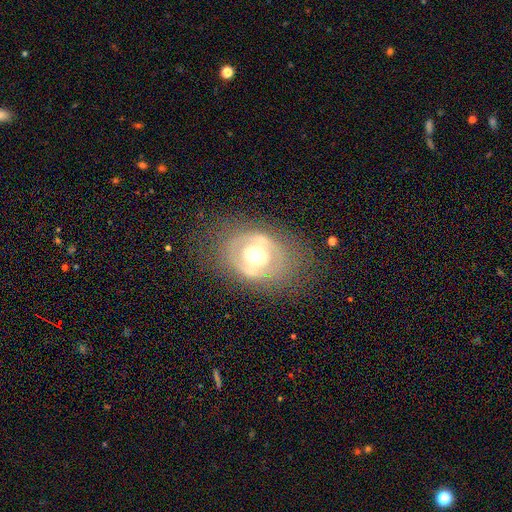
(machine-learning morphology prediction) A featured or disk galaxy (64%) with no bar (62%), no spiral arms (78%) and a moderate central bulge (45%).

Vote fractions:
- Smooth or featured? featured or disk: 64% / smooth: 28% / star or artifact: 8%
- Edge-on disk? no: 93% / yes: 7%
- Bar? no: 62% / weak: 22% / strong: 16%
- Spiral arms? no: 78% / yes: 22%
- Bulge size? moderate: 45% / large: 41% / dominant: 9% / small: 3% / none: 1%
- Merging? none: 68% / minor disturbance: 18% / major disturbance: 13% / merger: 2%